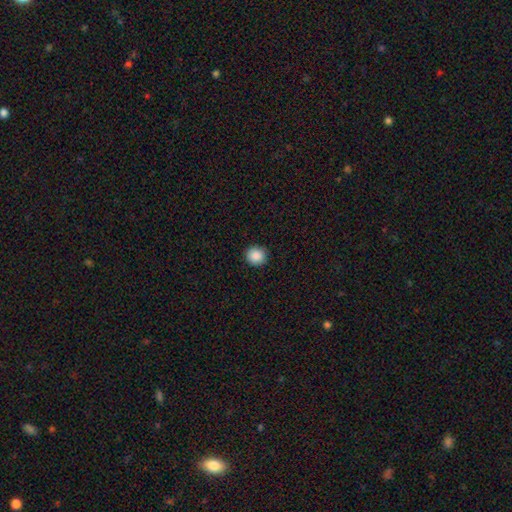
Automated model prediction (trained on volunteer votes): Smooth or featured?
  - smooth: 89% *
  - star or artifact: 9%
  - featured or disk: 3%
How rounded?
  - round: 88% *
  - in between: 12%
  - cigar-shaped: 1%
Merging?
  - none: 92% *
  - minor disturbance: 6%
  - major disturbance: 2%
  - merger: 1%